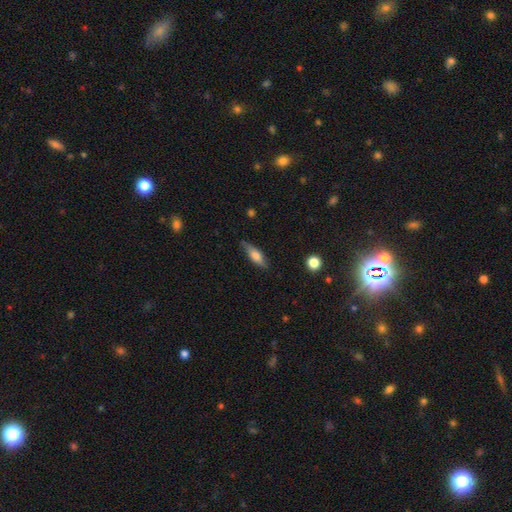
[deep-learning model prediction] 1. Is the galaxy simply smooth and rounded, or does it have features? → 61% smooth, 32% featured or disk, 7% star or artifact.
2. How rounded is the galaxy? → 51% cigar-shaped, 46% in between, 3% round.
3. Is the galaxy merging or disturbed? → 79% none, 17% minor disturbance, 3% major disturbance, 2% merger.